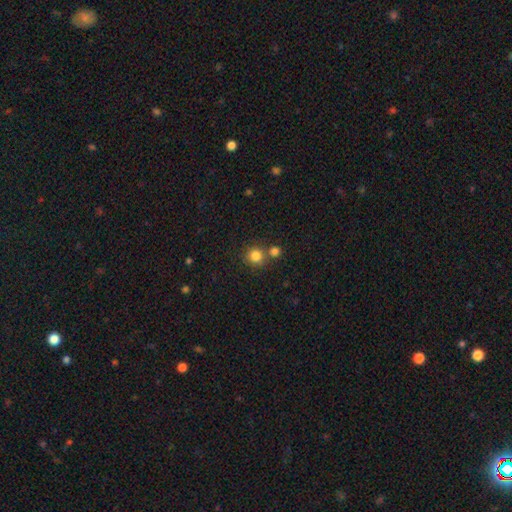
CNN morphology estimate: Q: Smooth or featured?
A: smooth (83%); runner-up: star or artifact (12%)
Q: How rounded?
A: round (91%); runner-up: in between (8%)
Q: Merging?
A: none (68%); runner-up: merger (22%)